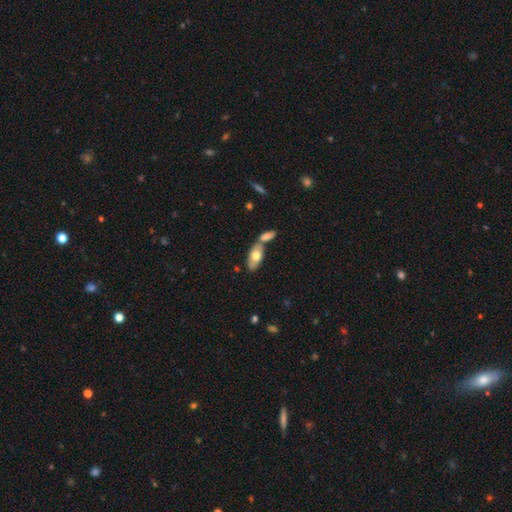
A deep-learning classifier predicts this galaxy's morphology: type=smooth (63%); roundness=in between (87%); merging=none (51%).